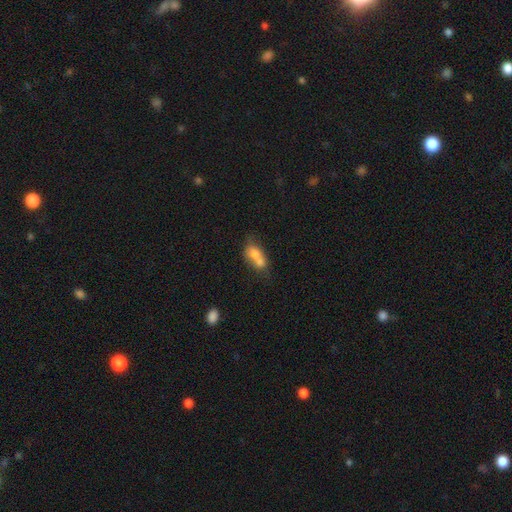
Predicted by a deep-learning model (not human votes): Q: Smooth or featured?
A: smooth (69%); runner-up: featured or disk (22%)
Q: How rounded?
A: in between (68%); runner-up: round (28%)
Q: Merging?
A: merger (65%); runner-up: none (21%)